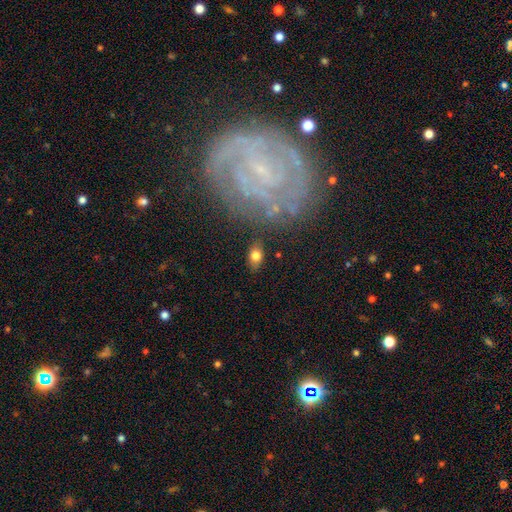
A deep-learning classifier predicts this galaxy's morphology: This is likely a smooth galaxy (76%). How rounded: likely in between (79%). Merging: likely none (80%).